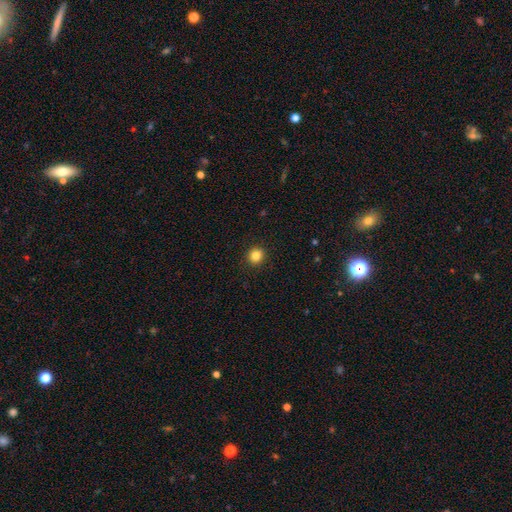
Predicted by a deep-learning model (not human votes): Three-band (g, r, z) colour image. It shows a smooth galaxy with no disk features (84%) that is round (88%). Merging: none (92%).